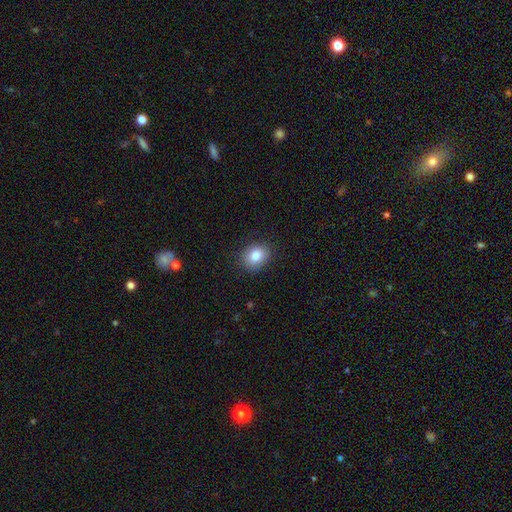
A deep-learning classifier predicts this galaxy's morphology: Smooth or featured: smooth — 83% (star or artifact — 10%)
How rounded: round — 55% (in between — 44%)
Merging: none — 86% (minor disturbance — 10%)